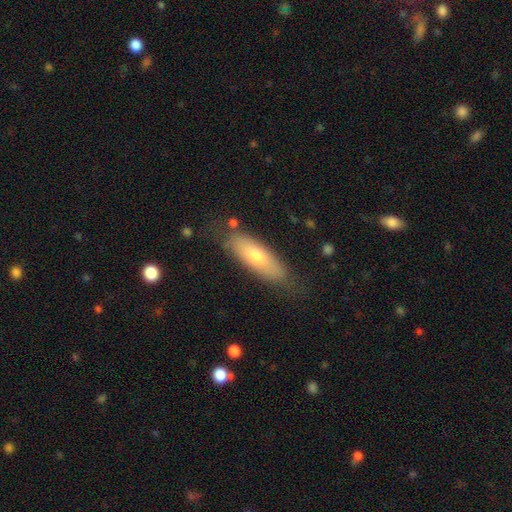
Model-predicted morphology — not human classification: The model was most divided on "how rounded": in between: 60%, cigar-shaped: 38%, round: 2%. More confident: merging — none (75%); smooth or featured — smooth (66%).